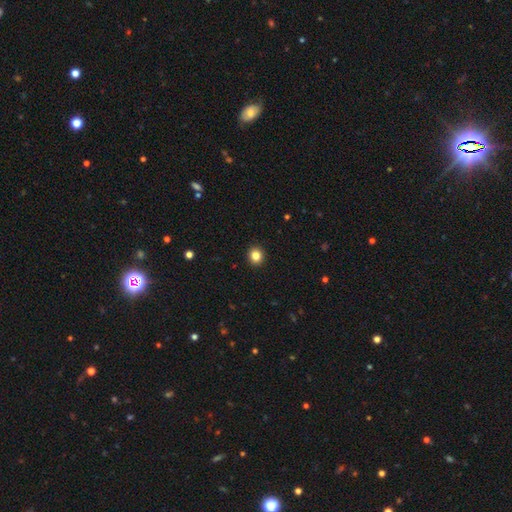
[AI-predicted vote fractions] Morphology: type=smooth (84%); roundness=round (83%); merging=none (93%).